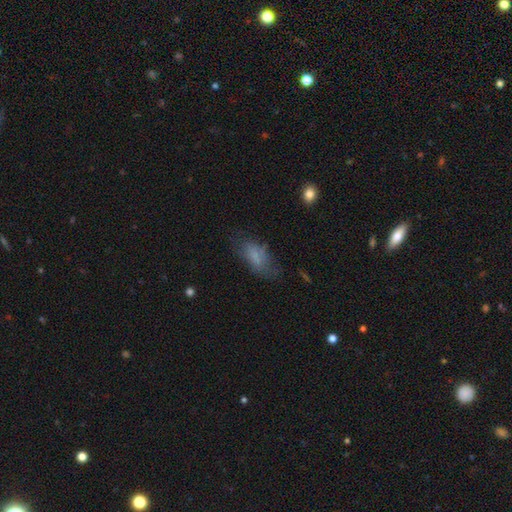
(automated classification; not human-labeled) Q: Smooth or featured?
A: smooth (72%); runner-up: featured or disk (17%)
Q: How rounded?
A: in between (85%); runner-up: cigar-shaped (11%)
Q: Merging?
A: none (54%); runner-up: minor disturbance (27%)